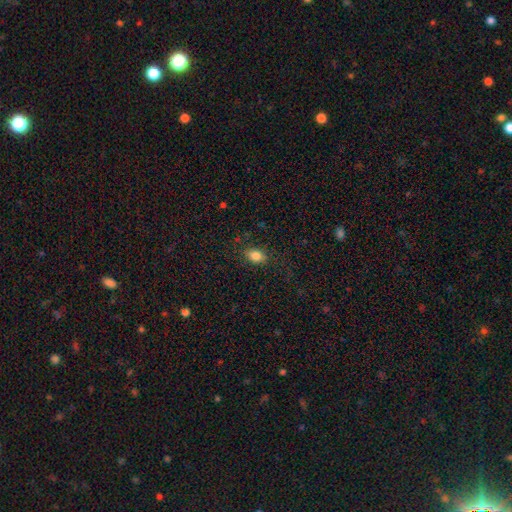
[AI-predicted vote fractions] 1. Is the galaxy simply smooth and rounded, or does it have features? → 84% smooth, 10% star or artifact, 7% featured or disk.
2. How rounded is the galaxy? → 77% in between, 22% round, 2% cigar-shaped.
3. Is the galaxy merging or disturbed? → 83% none, 12% minor disturbance, 4% major disturbance, 1% merger.